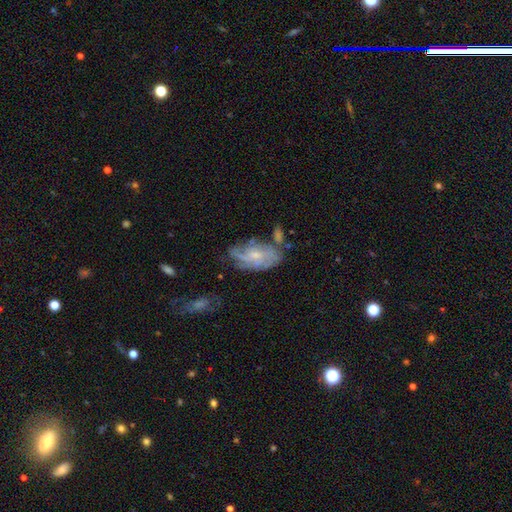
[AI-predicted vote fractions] smooth_or_featured: featured or disk (p=0.68) [alt: smooth p=0.24]
disk_edge_on: no (p=0.94) [alt: yes p=0.06]
bar: no (p=0.70) [alt: weak p=0.26]
has_spiral_arms: yes (p=0.78) [alt: no p=0.22]
spiral_winding: tight (p=0.44) [alt: medium p=0.37]
spiral_arm_count: can't tell (p=0.51) [alt: 2 p=0.16]
bulge_size: small (p=0.61) [alt: moderate p=0.31]
merging: none (p=0.50) [alt: minor disturbance p=0.26]